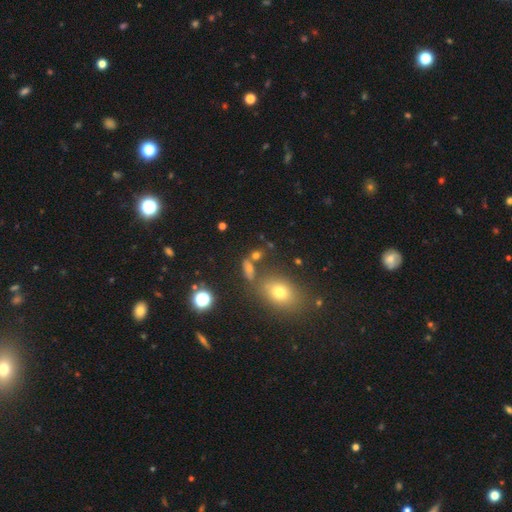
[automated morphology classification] type=smooth (63%); roundness=in between (57%); merging=none (65%).